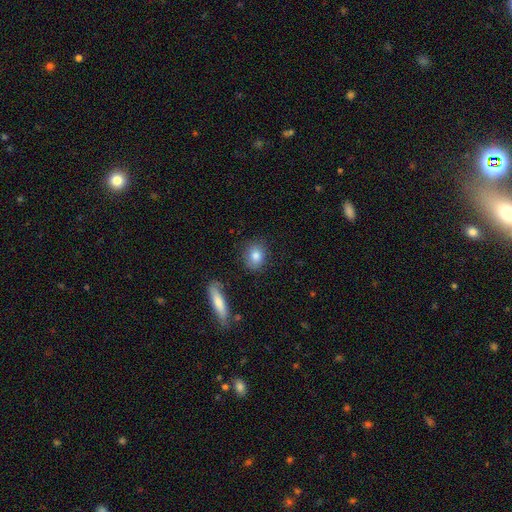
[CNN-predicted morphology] smooth-or-featured: smooth: 83% | featured or disk: 8% | star or artifact: 8%
  how-rounded: round: 62% | in between: 36% | cigar-shaped: 3%
  merging: none: 84% | minor disturbance: 11% | major disturbance: 3% | merger: 3%